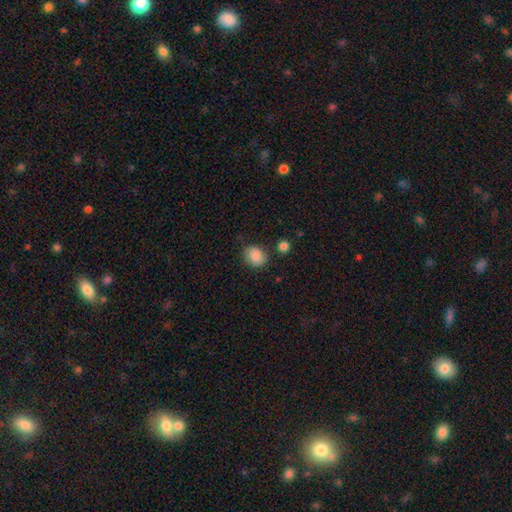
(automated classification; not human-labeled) Smooth or featured?
  - smooth: 86% *
  - star or artifact: 9%
  - featured or disk: 5%
How rounded?
  - round: 59% *
  - in between: 40%
  - cigar-shaped: 1%
Merging?
  - none: 75% *
  - minor disturbance: 16%
  - merger: 5%
  - major disturbance: 4%